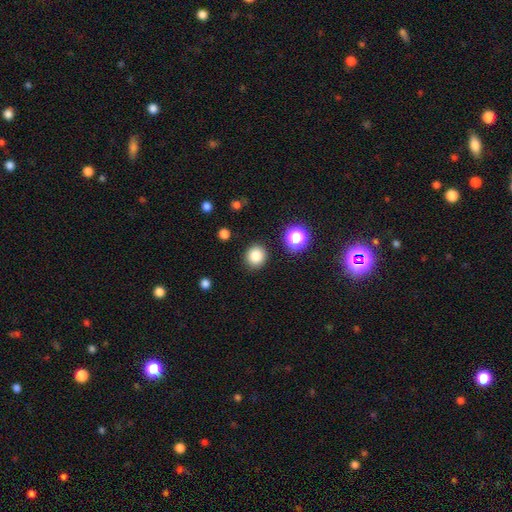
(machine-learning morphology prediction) Smooth or featured? Predicted: smooth (p=0.83). How rounded? Predicted: round (p=0.85). Merging? Predicted: none (p=0.88).